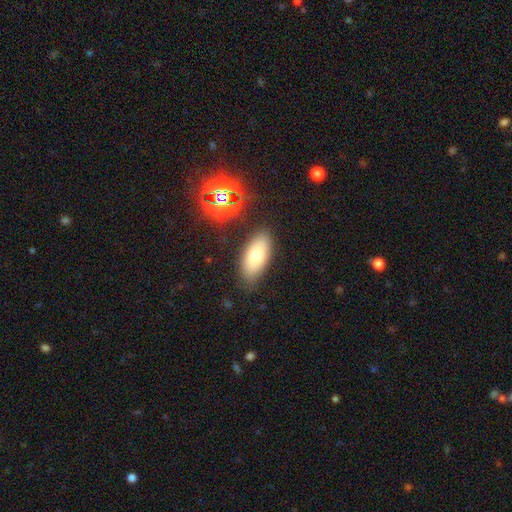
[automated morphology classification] This is likely a smooth galaxy (71%). How rounded: clearly in between (88%). Merging: clearly none (84%).